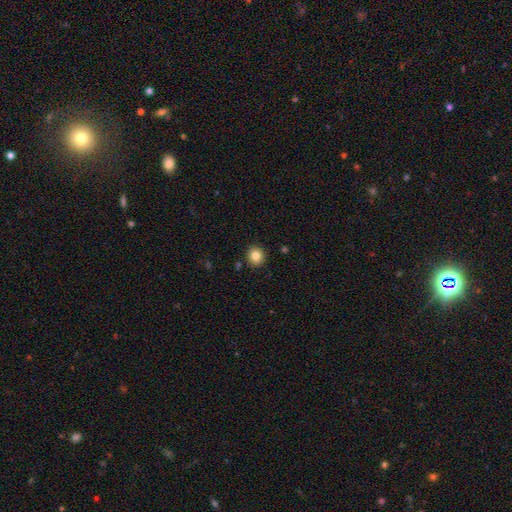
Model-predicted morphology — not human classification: A smooth galaxy with no disk features (83%) that is round (88%). Merging: none (90%).